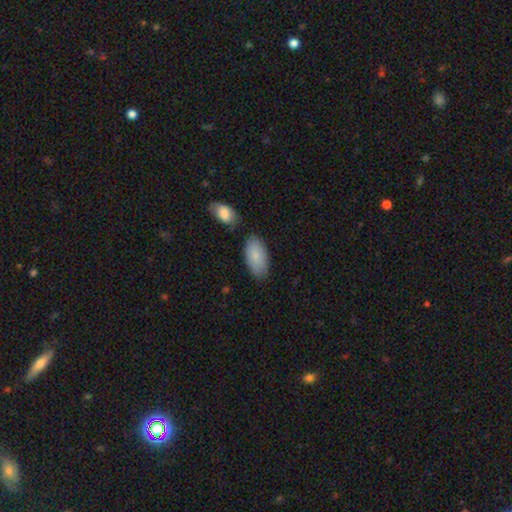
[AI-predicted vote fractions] Q: Smooth or featured?
A: smooth (84%); runner-up: featured or disk (10%)
Q: How rounded?
A: in between (95%); runner-up: cigar-shaped (3%)
Q: Merging?
A: none (74%); runner-up: minor disturbance (15%)